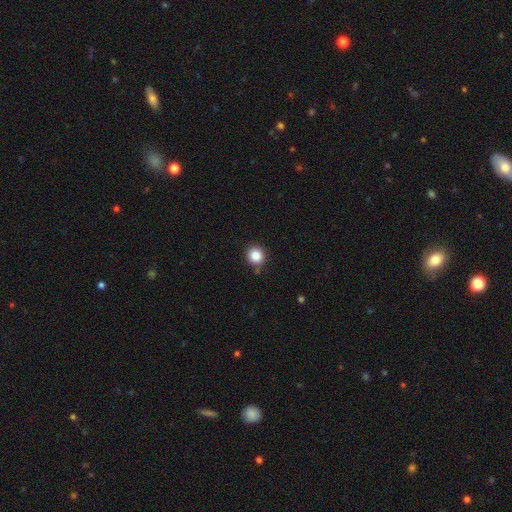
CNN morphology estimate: This appears to be a smooth galaxy with no disk features (86%) that is round (92%). Merging: none (82%).